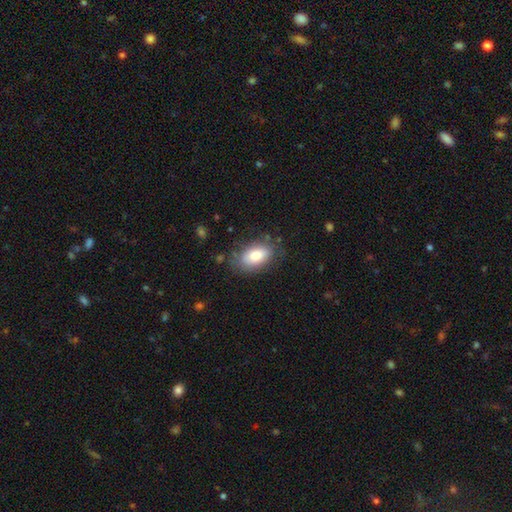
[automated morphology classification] smooth-or-featured: smooth: 76% | featured or disk: 17% | star or artifact: 7%
  how-rounded: in between: 91% | round: 7% | cigar-shaped: 2%
  merging: none: 75% | minor disturbance: 17% | major disturbance: 6% | merger: 2%